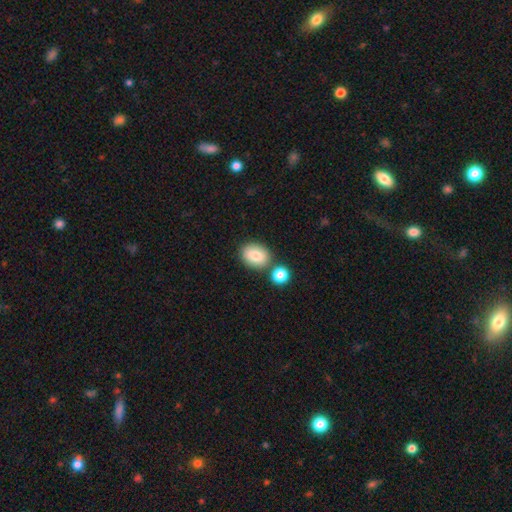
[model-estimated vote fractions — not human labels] Q: Smooth or featured?
A: smooth (82%); runner-up: featured or disk (9%)
Q: How rounded?
A: in between (59%); runner-up: round (39%)
Q: Merging?
A: none (71%); runner-up: merger (15%)